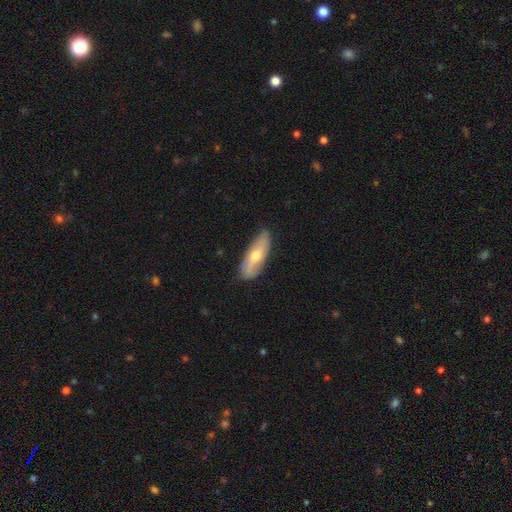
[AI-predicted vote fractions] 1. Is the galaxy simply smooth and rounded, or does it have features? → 52% smooth, 42% featured or disk, 6% star or artifact.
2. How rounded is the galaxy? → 67% in between, 31% cigar-shaped, 3% round.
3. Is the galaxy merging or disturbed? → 78% none, 18% minor disturbance, 3% major disturbance, 1% merger.